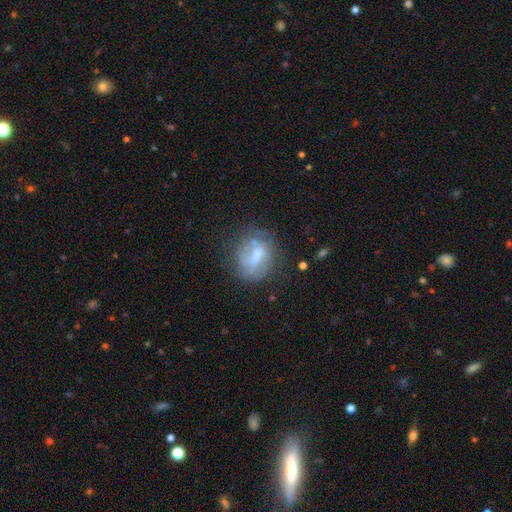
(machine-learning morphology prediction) Smooth or featured: smooth — 47% (featured or disk — 43%)
Merging: none — 51% (minor disturbance — 25%)